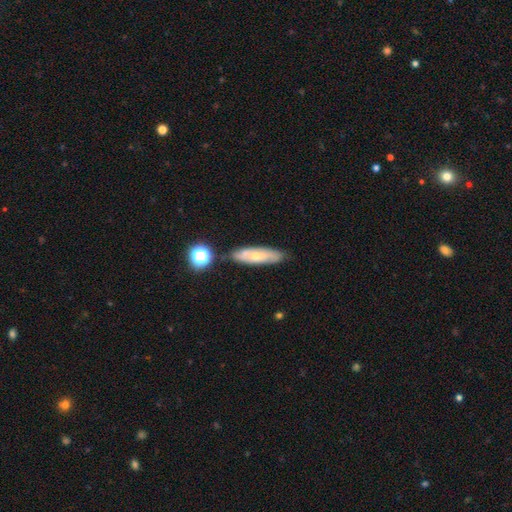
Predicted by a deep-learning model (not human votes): This is possibly a smooth galaxy (48%). Merging: likely none (72%).